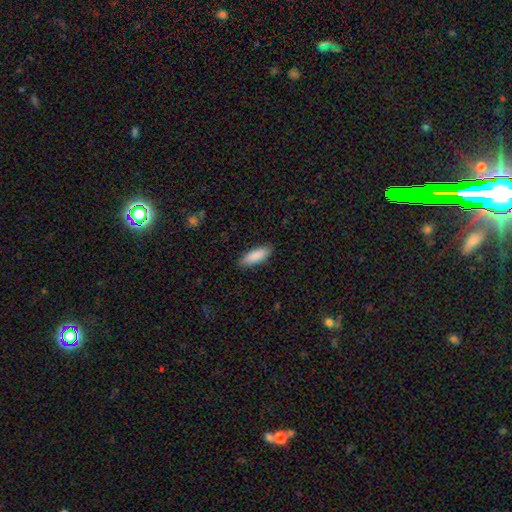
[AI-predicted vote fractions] smooth 89%, featured or disk 6%, star or artifact 5%. Down the decision tree: how rounded — in between (65%); merging — none (87%).